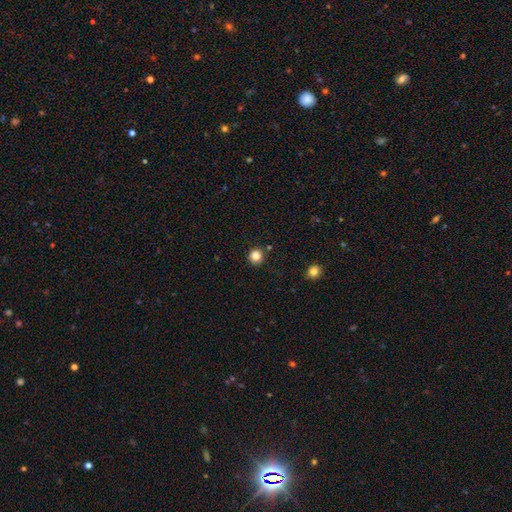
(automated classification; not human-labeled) This is clearly a smooth galaxy (83%). How rounded: clearly round (93%). Merging: clearly none (89%).